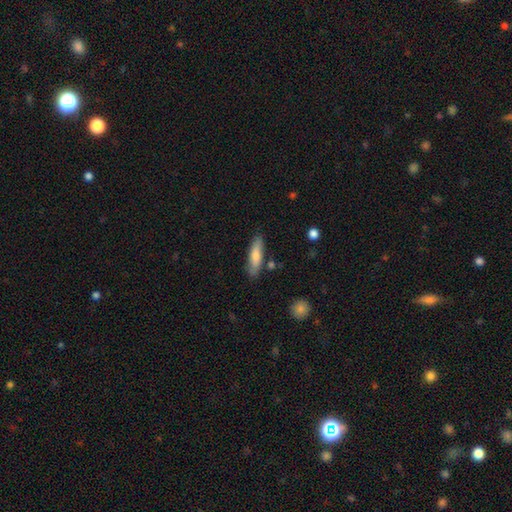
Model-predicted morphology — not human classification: type=smooth (74%); roundness=cigar-shaped (67%); merging=none (80%).